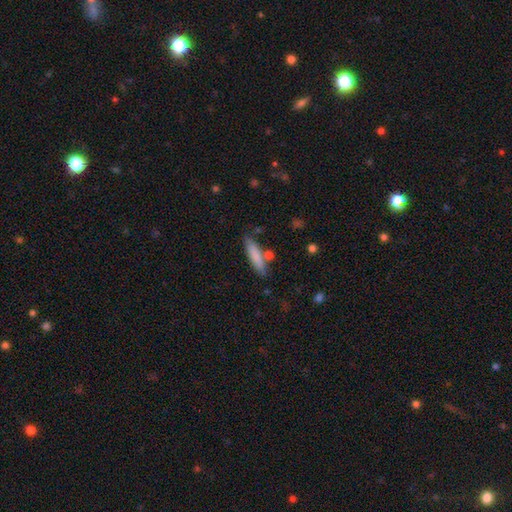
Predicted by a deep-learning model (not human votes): smooth_or_featured: smooth (p=0.81) [alt: featured or disk p=0.13]
how_rounded: cigar-shaped (p=0.77) [alt: in between p=0.22]
merging: none (p=0.76) [alt: minor disturbance p=0.13]